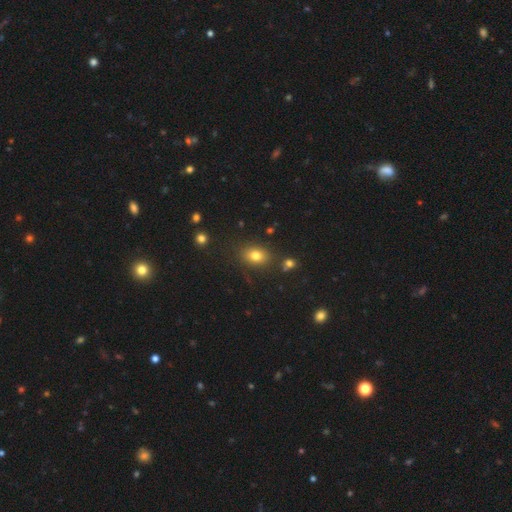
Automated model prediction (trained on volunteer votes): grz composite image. It shows a smooth galaxy with no disk features (77%) that is in between round and cigar-shaped (63%). Merging: none (81%).